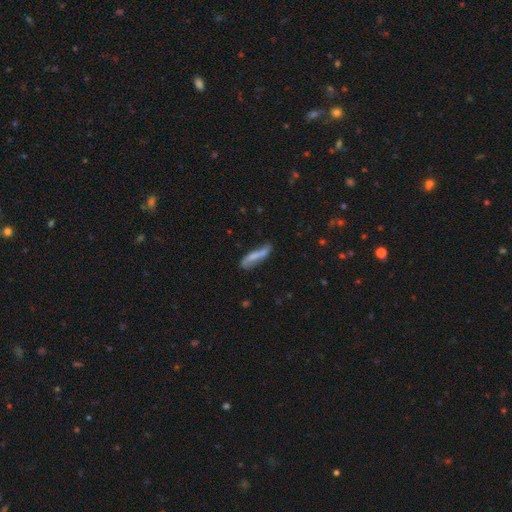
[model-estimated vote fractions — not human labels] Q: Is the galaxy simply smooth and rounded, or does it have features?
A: smooth — 59%.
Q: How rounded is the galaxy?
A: cigar-shaped — 75%.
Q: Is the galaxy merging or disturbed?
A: none — 53%.